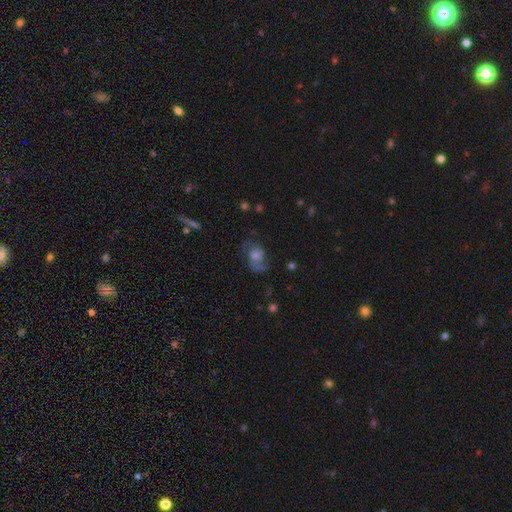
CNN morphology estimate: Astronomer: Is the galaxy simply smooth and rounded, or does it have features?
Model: featured or disk — 69%.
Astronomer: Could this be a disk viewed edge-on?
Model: no — 97%.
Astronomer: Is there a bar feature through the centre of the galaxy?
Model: no — 68%.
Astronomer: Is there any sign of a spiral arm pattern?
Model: yes — 89%.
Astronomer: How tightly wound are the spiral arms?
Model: medium — 50% (runner-up: loose, 30%).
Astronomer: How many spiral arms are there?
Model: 2 — 78%.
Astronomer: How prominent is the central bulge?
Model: moderate — 50%.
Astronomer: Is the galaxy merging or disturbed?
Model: none — 65%.